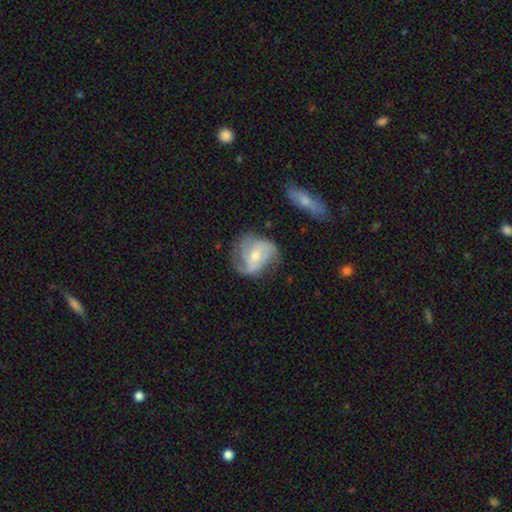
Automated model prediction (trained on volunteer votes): A featured or disk galaxy (76%) with no bar (57%), 3 (41%) medium (45%) spiral arms (92%) and a moderate central bulge (50%). Merging: none (58%).